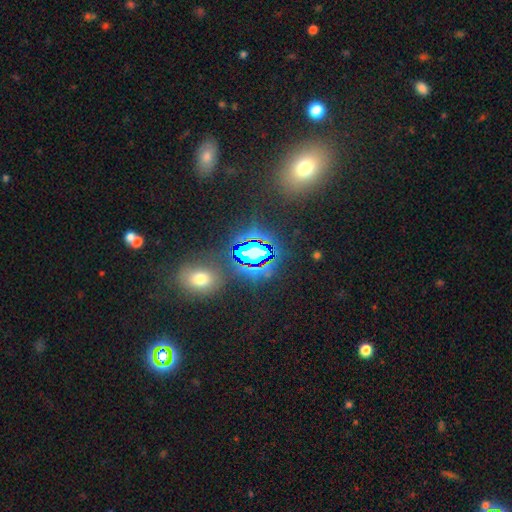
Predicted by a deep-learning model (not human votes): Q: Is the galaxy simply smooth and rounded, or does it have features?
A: star or artifact — 64%.